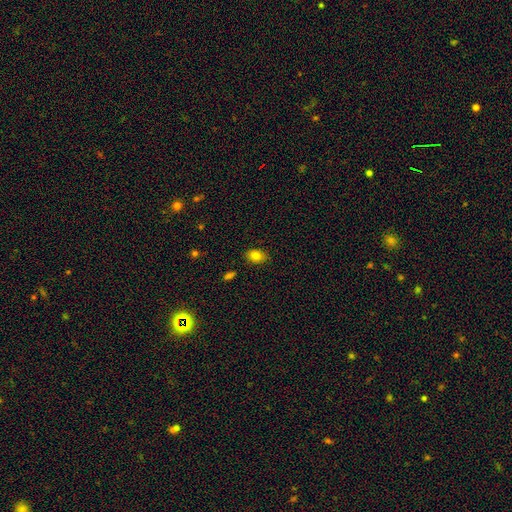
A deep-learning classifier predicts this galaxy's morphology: Smooth or featured? smooth (82%)
How rounded? in between (77%)
Merging? none (85%)